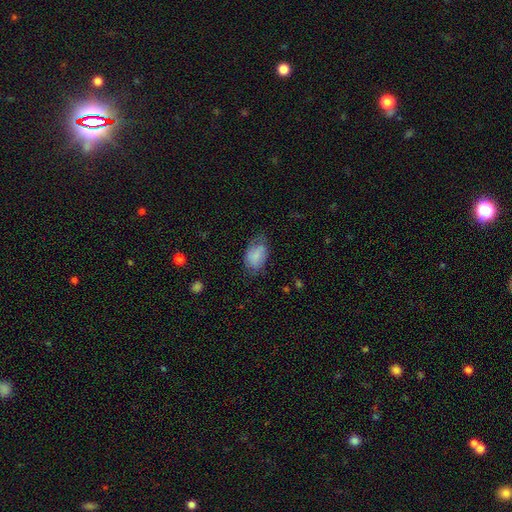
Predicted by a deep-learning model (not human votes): Smooth or featured? smooth (75%)
How rounded? in between (89%)
Merging? none (50%)